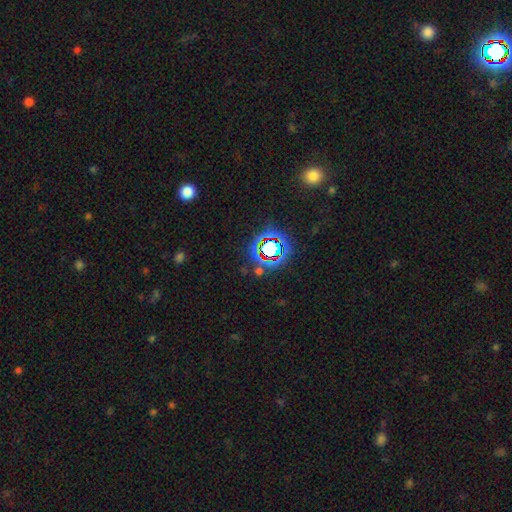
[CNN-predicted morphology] star or artifact 75%, smooth 15%, featured or disk 10%.